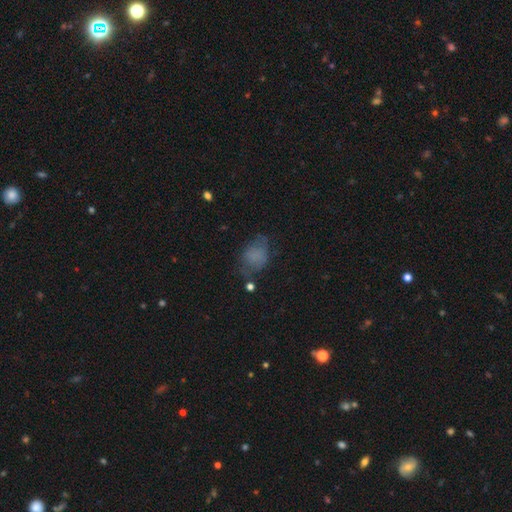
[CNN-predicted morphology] The model was most divided on "merging": none: 48%, minor disturbance: 28%, major disturbance: 21%, merger: 3%. More confident: how rounded — in between (72%); smooth or featured — smooth (65%).